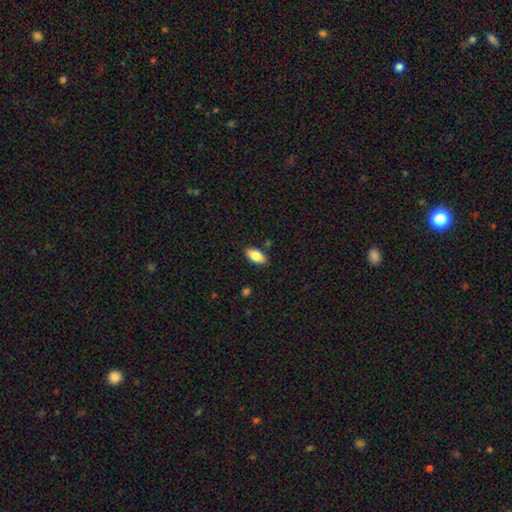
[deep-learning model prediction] Smooth or featured: smooth — 81% (featured or disk — 12%)
How rounded: in between — 91% (cigar-shaped — 6%)
Merging: none — 86% (minor disturbance — 10%)